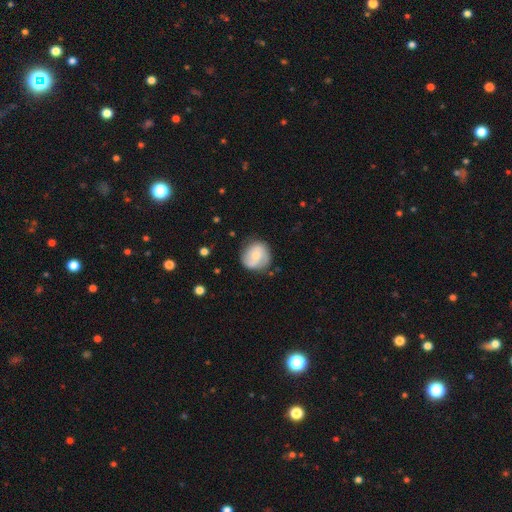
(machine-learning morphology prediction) smooth_or_featured: featured or disk (p=0.47) [alt: smooth p=0.46]
merging: none (p=0.71) [alt: minor disturbance p=0.20]